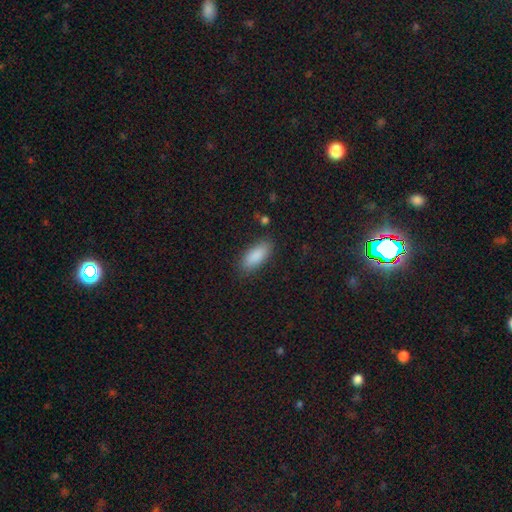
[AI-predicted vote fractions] Overall: smooth (88%). How rounded: in between (81%). Merging: none (83%).